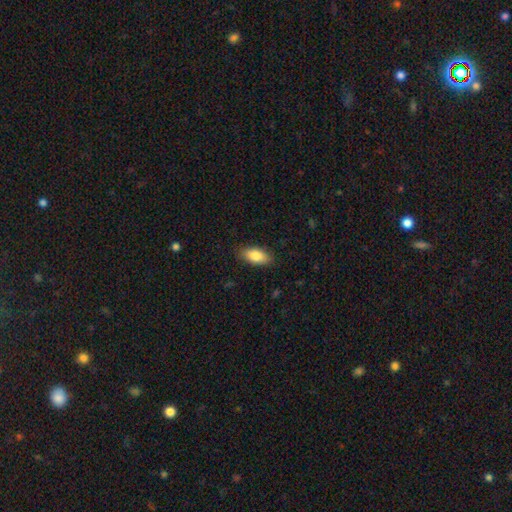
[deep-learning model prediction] A smooth galaxy with no disk features (85%) that is in between round and cigar-shaped (89%). Merging: none (87%).